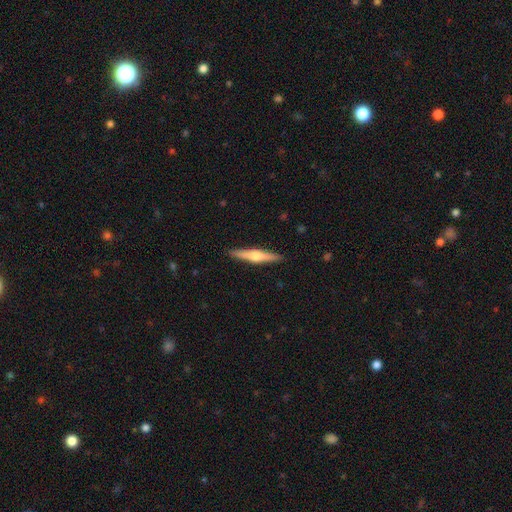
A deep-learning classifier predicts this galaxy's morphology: Q: Smooth or featured?
A: featured or disk (61%); runner-up: smooth (33%)
Q: Edge-on disk?
A: yes (97%); runner-up: no (3%)
Q: Edge-on bulge?
A: rounded (90%); runner-up: boxy (5%)
Q: Merging?
A: none (91%); runner-up: minor disturbance (7%)